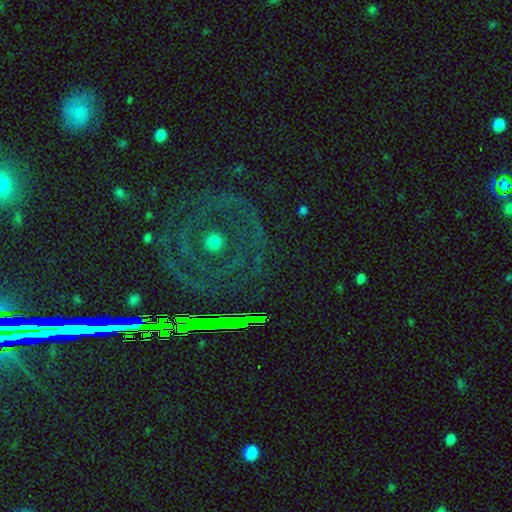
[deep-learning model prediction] A featured or disk galaxy (52%). Merging: none (79%).